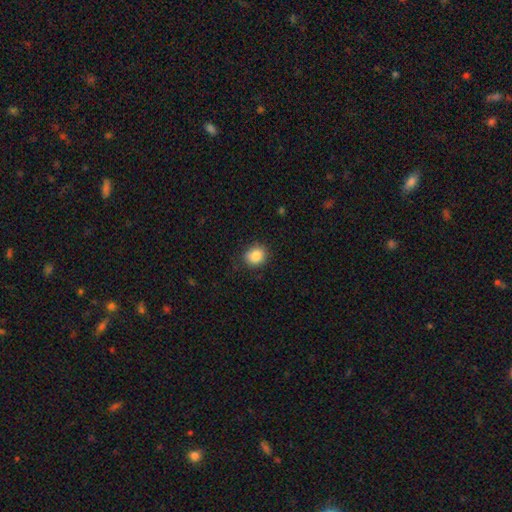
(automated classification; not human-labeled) Morphology: type=smooth (86%); roundness=round (73%); merging=none (85%).